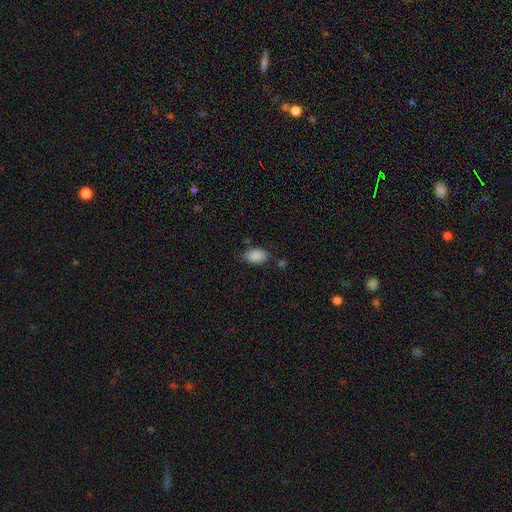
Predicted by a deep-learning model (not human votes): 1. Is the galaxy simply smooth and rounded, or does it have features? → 89% smooth, 8% star or artifact, 4% featured or disk.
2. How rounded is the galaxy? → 90% in between, 9% round, 1% cigar-shaped.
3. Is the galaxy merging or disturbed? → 75% none, 17% minor disturbance, 4% merger, 4% major disturbance.